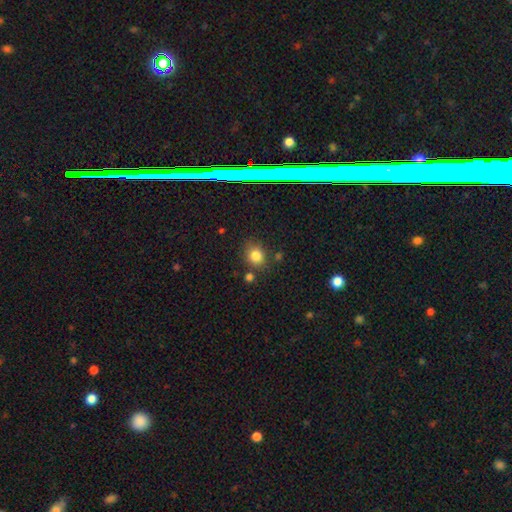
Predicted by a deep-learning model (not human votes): Overall: smooth (81%). How rounded: round (71%). Merging: none (76%).